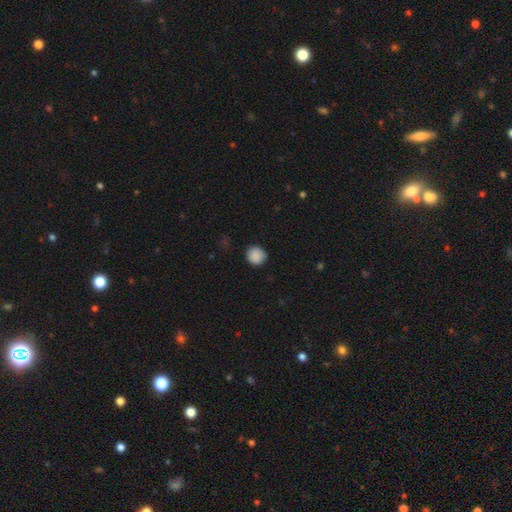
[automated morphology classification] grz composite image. It shows a smooth galaxy with no disk features (89%) that is round (89%). Merging: none (87%).